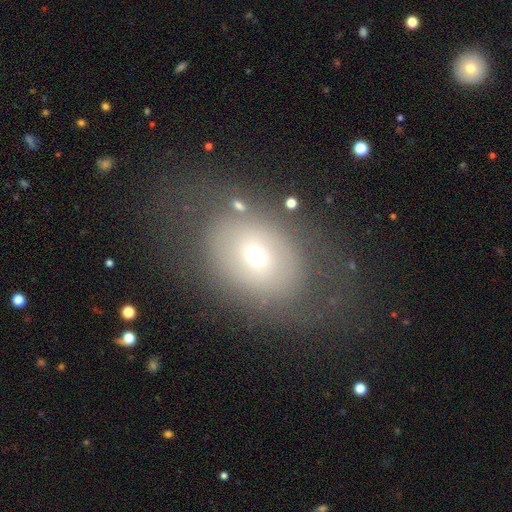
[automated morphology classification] A smooth galaxy with no disk features (51%) that is in between round and cigar-shaped (65%).

Vote fractions:
- Smooth or featured? smooth: 51% / featured or disk: 34% / star or artifact: 15%
- How rounded? in between: 65% / round: 34% / cigar-shaped: 1%
- Merging? none: 67% / minor disturbance: 17% / major disturbance: 14% / merger: 2%